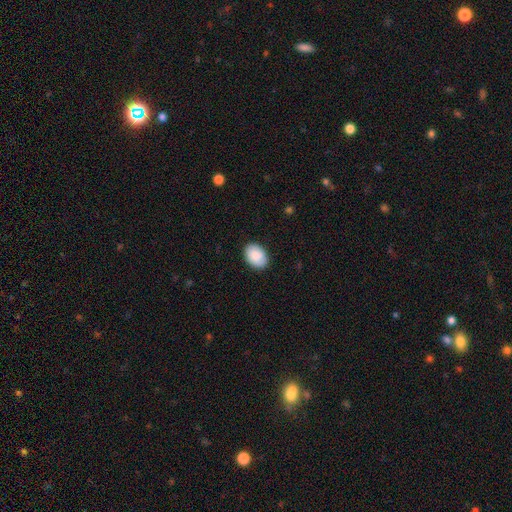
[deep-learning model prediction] This is clearly a smooth galaxy (90%). How rounded: clearly in between (83%). Merging: clearly none (87%).